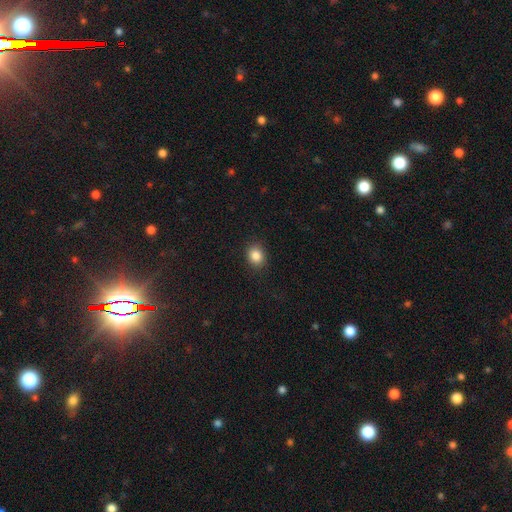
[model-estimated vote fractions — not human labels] Smooth or featured: smooth — 86% (star or artifact — 10%)
How rounded: round — 60% (in between — 39%)
Merging: none — 87% (minor disturbance — 9%)